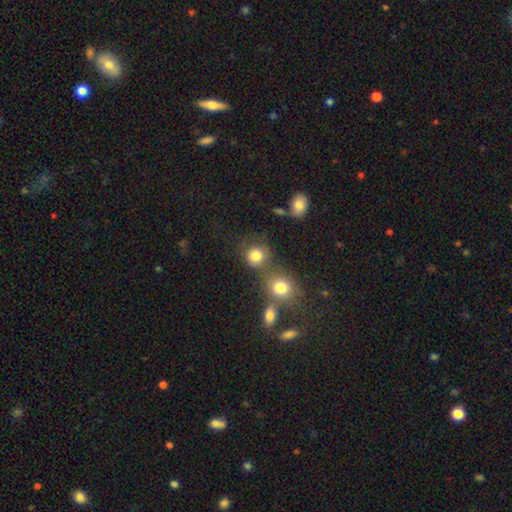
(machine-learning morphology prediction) type=smooth (81%); roundness=round (84%); merging=none (54%).